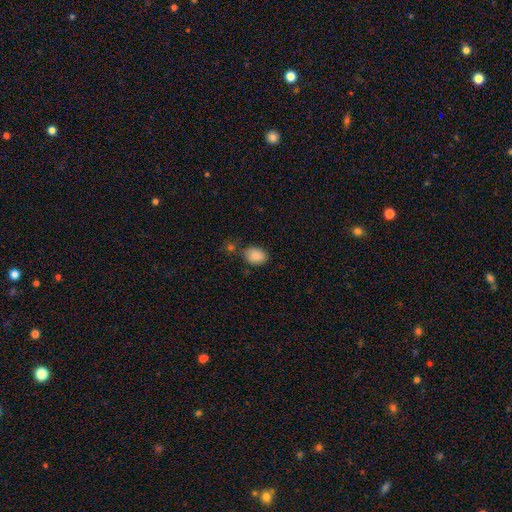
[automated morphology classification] Smooth or featured? Predicted: smooth (p=0.88). How rounded? Predicted: in between (p=0.77). Merging? Predicted: none (p=0.73).